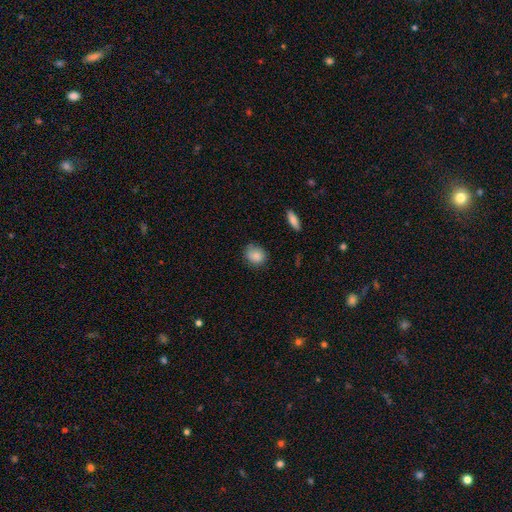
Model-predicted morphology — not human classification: This appears to be a smooth galaxy with no disk features (86%) that is round (69%). Merging: none (75%).